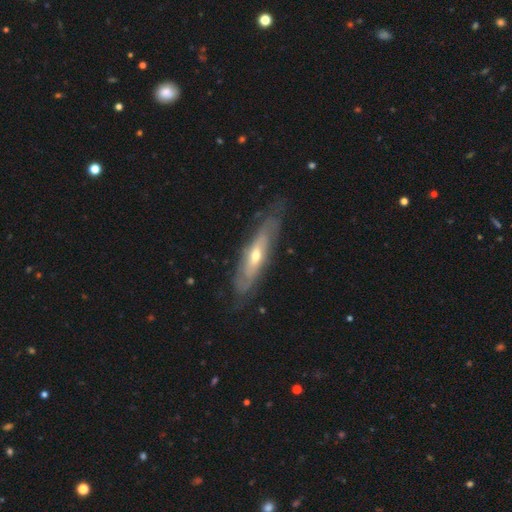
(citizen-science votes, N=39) smooth_or_featured: featured or disk (p=0.77) [alt: smooth p=0.15]
disk_edge_on: no (p=0.53) [alt: yes p=0.47]
bar: no (p=0.62) [alt: weak p=0.38]
has_spiral_arms: yes (p=0.56) [alt: no p=0.44]
spiral_winding: medium (p=0.44) [alt: tight p=0.33]
spiral_arm_count: 2 (p=0.56) [alt: can't tell p=0.33]
bulge_size: small (p=0.50) [alt: moderate p=0.38]
merging: none (p=0.78) [alt: minor disturbance p=0.19]